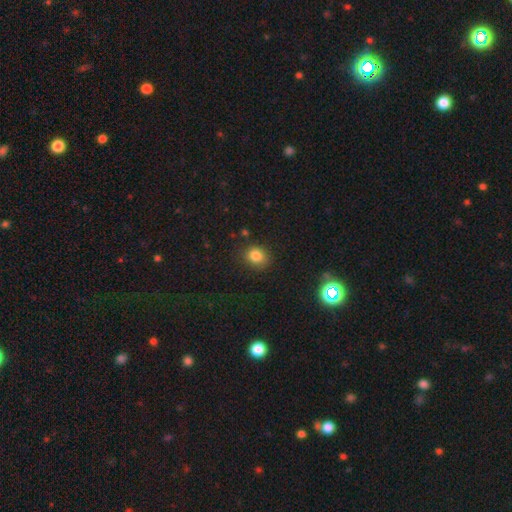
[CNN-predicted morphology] This appears to be a smooth galaxy with no disk features (82%) that is round (66%). Merging: none (81%).